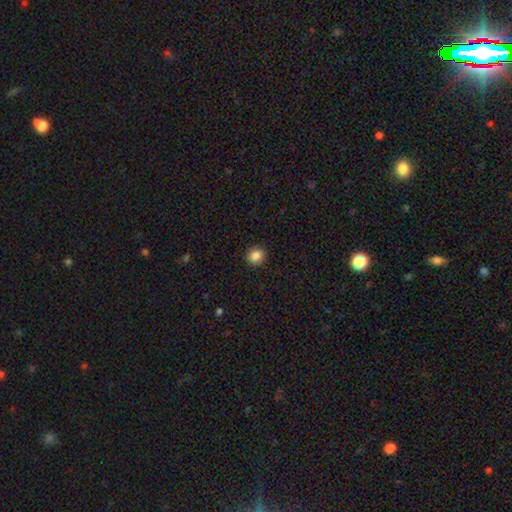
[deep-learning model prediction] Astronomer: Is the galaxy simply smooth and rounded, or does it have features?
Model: smooth — 86%.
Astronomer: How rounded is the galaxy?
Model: round — 88%.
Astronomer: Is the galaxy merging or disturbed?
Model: none — 92%.